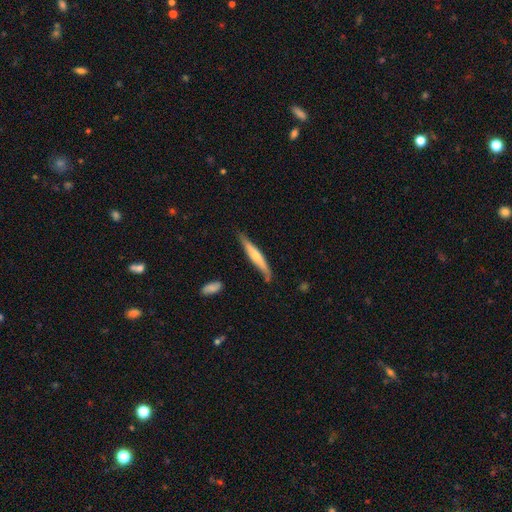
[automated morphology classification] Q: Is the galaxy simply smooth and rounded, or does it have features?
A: featured or disk — 49%.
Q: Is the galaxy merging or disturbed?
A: none — 75%.